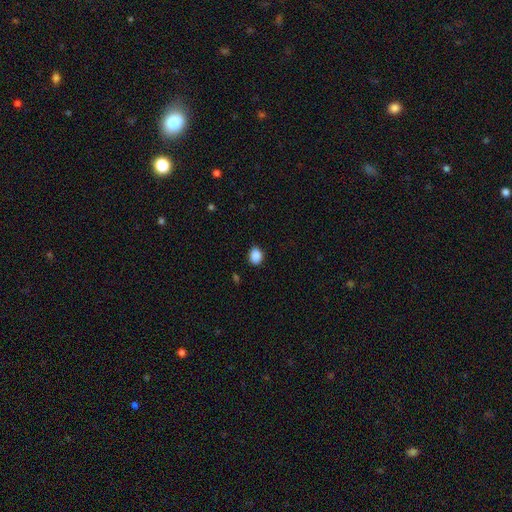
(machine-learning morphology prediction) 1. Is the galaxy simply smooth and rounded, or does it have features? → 89% smooth, 8% star or artifact, 3% featured or disk.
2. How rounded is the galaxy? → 58% in between, 41% round, 1% cigar-shaped.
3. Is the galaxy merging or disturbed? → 87% none, 10% minor disturbance, 2% major disturbance, 1% merger.